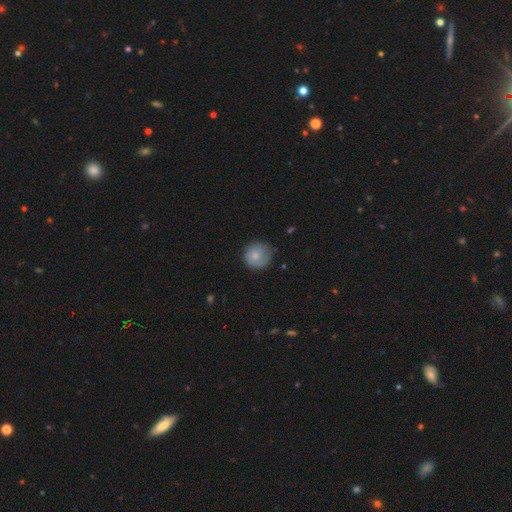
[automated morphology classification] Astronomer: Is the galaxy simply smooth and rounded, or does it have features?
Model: smooth — 73%.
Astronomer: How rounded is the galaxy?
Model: round — 91%.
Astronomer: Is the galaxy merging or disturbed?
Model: none — 74%.